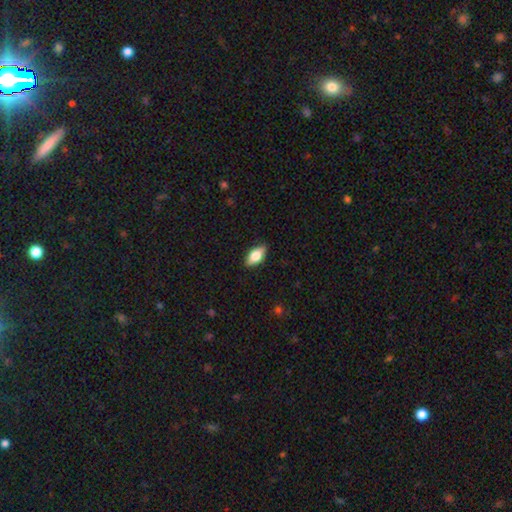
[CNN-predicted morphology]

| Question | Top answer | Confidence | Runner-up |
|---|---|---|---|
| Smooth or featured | smooth | 70% | featured or disk (23%) |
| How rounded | in between | 87% | cigar-shaped (9%) |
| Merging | none | 88% | minor disturbance (10%) |